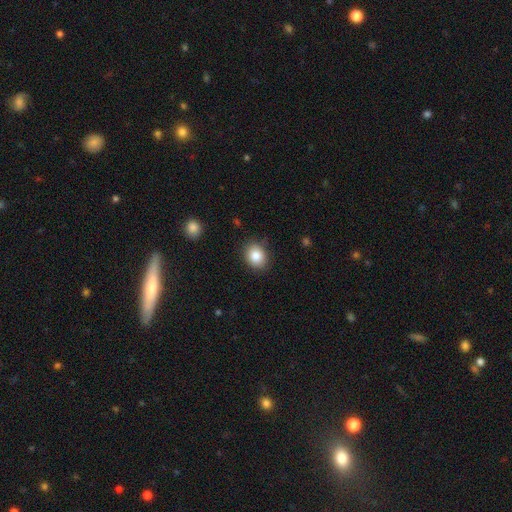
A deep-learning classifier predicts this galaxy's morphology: A smooth galaxy with no disk features (85%) that is round (54%). Merging: none (86%).